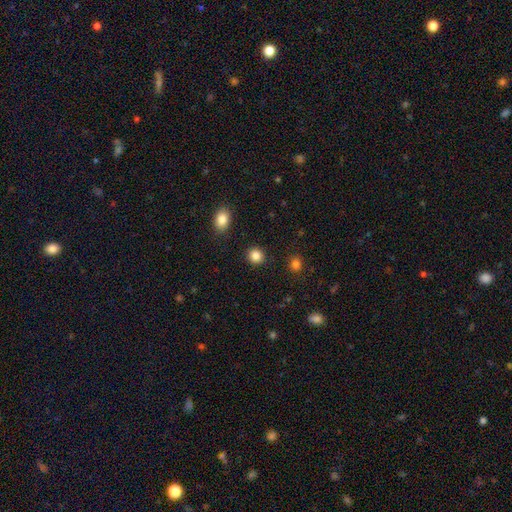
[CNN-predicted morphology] smooth_or_featured: smooth (p=0.86) [alt: star or artifact p=0.11]
how_rounded: round (p=0.87) [alt: in between p=0.13]
merging: none (p=0.91) [alt: minor disturbance p=0.05]